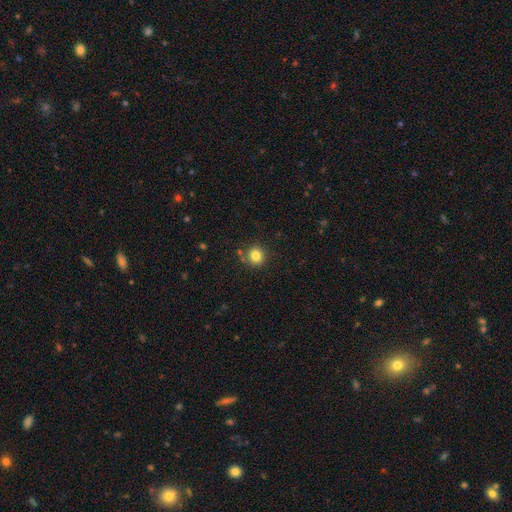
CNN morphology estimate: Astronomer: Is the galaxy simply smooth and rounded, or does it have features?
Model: smooth — 82%.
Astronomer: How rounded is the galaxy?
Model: round — 89%.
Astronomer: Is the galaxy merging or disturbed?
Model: none — 82%.